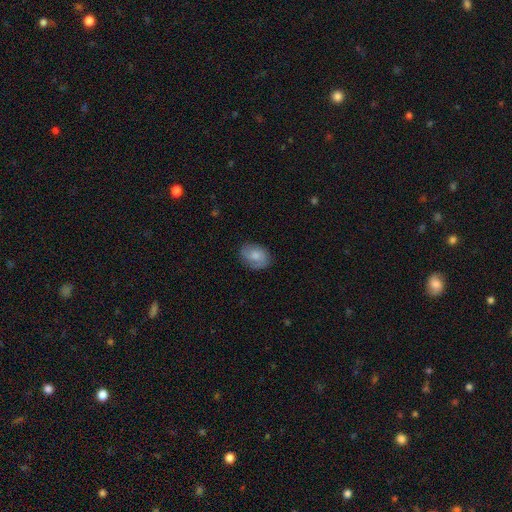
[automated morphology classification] smooth 59%, featured or disk 34%, star or artifact 8%. Down the decision tree: how rounded — in between (72%); merging — none (77%).